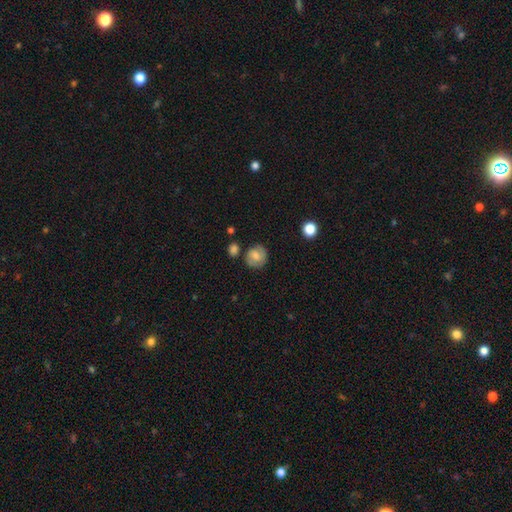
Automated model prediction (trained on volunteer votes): This is possibly a smooth galaxy (60%). How rounded: likely round (79%). Merging: likely none (72%).